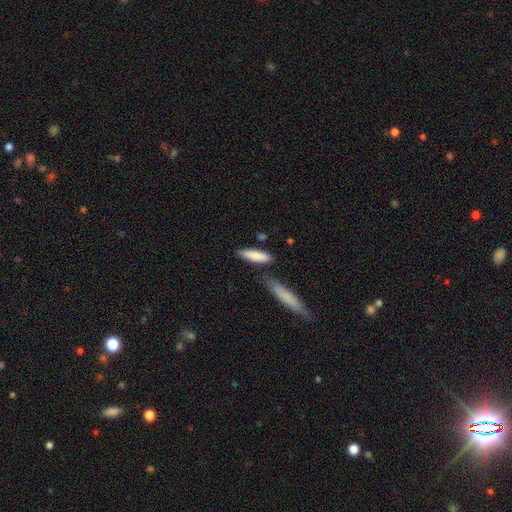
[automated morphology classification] type=smooth (82%); roundness=cigar-shaped (68%); merging=none (72%).